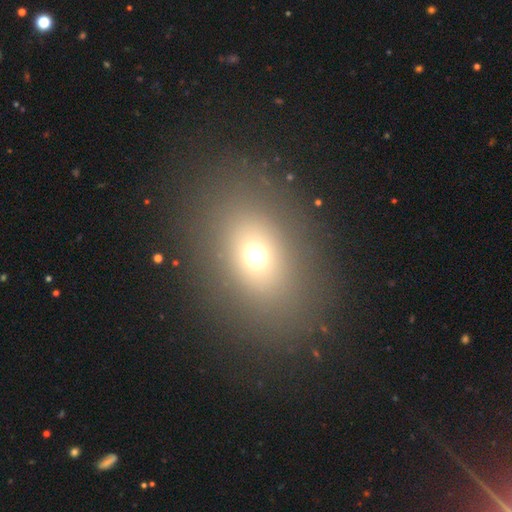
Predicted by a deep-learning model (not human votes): Morphology: type=smooth (66%); roundness=in between (62%); merging=none (84%).